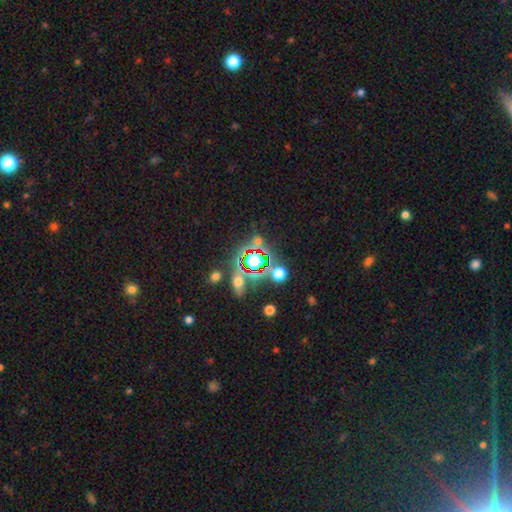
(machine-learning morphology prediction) Smooth or featured? star or artifact (78%)